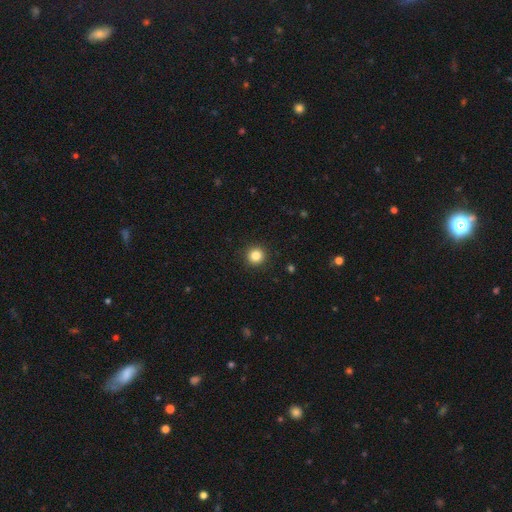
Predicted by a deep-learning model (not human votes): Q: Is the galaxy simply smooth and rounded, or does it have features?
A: smooth — 84%.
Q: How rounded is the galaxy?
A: round — 94%.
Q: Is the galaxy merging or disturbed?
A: none — 93%.